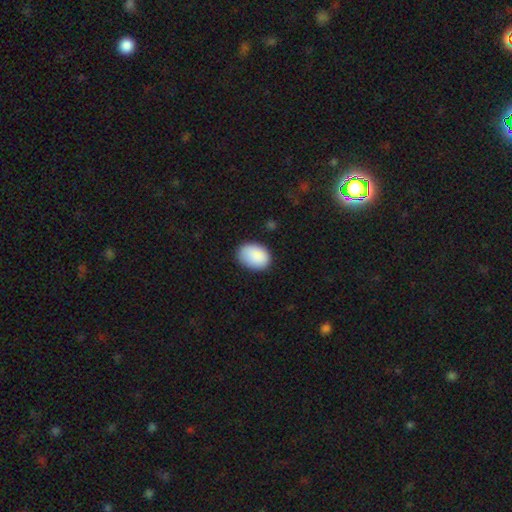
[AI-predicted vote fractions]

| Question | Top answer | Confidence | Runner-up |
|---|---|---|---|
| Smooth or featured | smooth | 89% | star or artifact (7%) |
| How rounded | in between | 80% | round (19%) |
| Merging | none | 80% | minor disturbance (15%) |